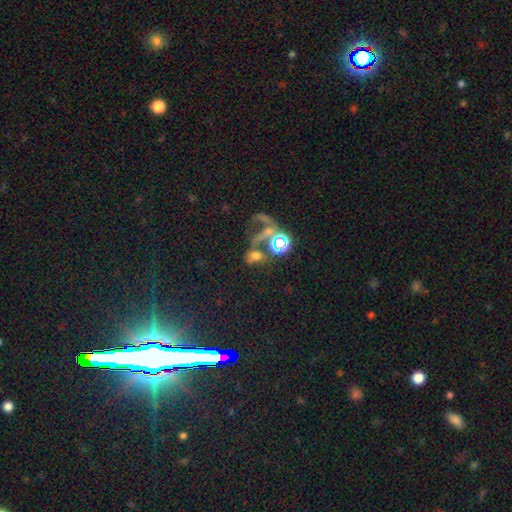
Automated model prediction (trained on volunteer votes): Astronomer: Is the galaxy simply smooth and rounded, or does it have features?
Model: smooth — 41% (runner-up: star or artifact, 38%).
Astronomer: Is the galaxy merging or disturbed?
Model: merger — 35% (runner-up: none, 29%).